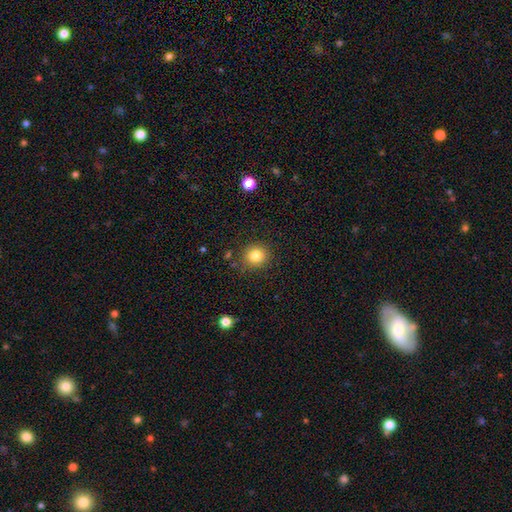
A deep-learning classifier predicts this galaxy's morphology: A smooth galaxy with no disk features (82%) that is round (89%). Merging: none (85%).